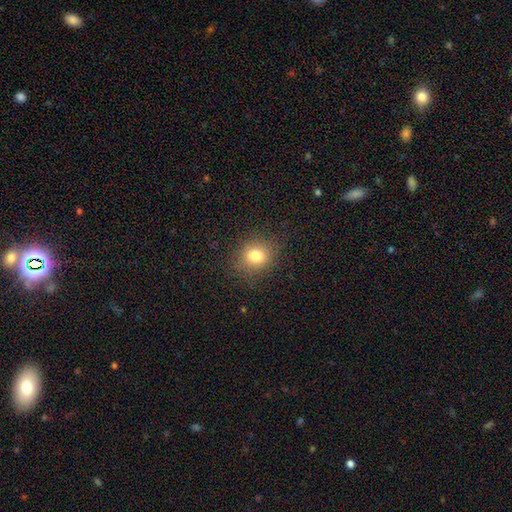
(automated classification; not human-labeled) A smooth galaxy with no disk features (79%) that is round (69%).

Vote fractions:
- Smooth or featured? smooth: 79% / star or artifact: 13% / featured or disk: 9%
- How rounded? round: 69% / in between: 30% / cigar-shaped: 1%
- Merging? none: 85% / minor disturbance: 10% / major disturbance: 4% / merger: 1%